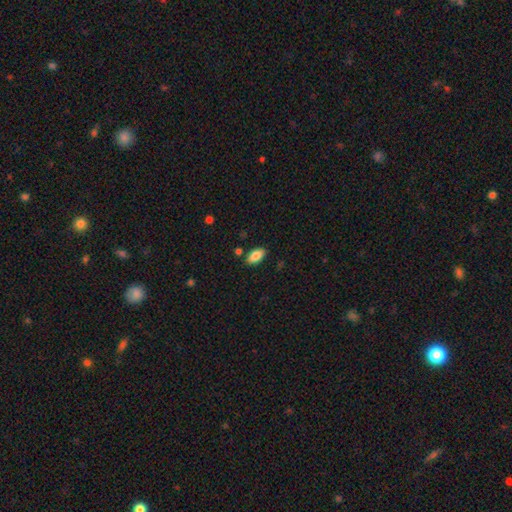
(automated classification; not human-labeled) smooth-or-featured: smooth: 83% | featured or disk: 9% | star or artifact: 7%
  how-rounded: in between: 92% | cigar-shaped: 5% | round: 3%
  merging: none: 85% | minor disturbance: 10% | merger: 3% | major disturbance: 2%